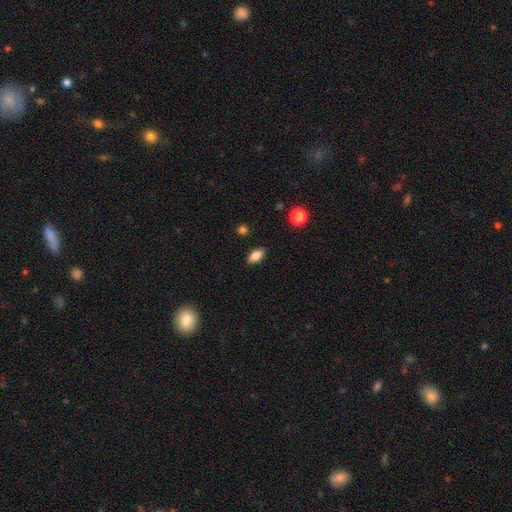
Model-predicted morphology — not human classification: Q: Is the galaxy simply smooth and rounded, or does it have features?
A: smooth — 85%.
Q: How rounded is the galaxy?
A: in between — 89%.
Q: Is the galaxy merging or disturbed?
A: none — 87%.